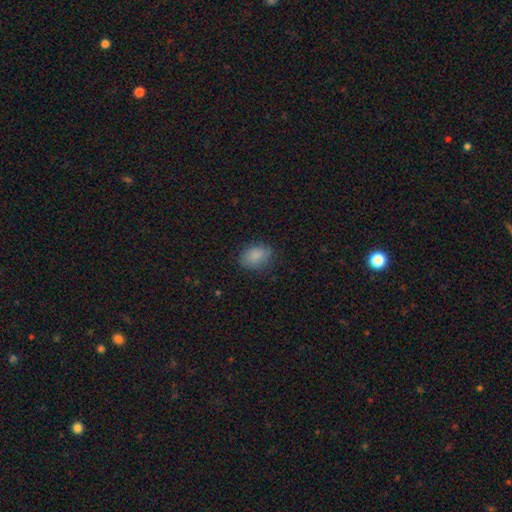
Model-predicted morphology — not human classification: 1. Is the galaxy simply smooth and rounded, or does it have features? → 86% smooth, 8% star or artifact, 5% featured or disk.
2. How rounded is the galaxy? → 77% in between, 21% round, 1% cigar-shaped.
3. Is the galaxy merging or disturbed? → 81% none, 14% minor disturbance, 4% major disturbance, 1% merger.